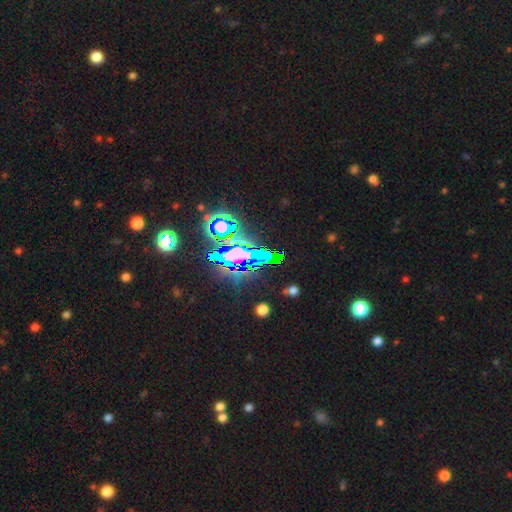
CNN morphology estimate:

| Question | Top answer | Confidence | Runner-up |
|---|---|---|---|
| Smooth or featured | star or artifact | 73% | smooth (14%) |